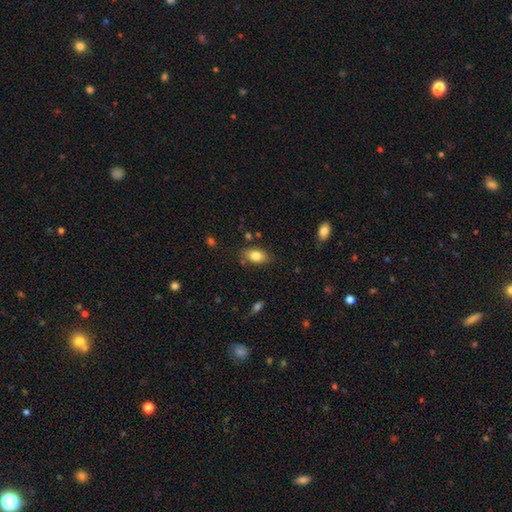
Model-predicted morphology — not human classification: smooth-or-featured: smooth: 82% | featured or disk: 10% | star or artifact: 8%
  how-rounded: in between: 90% | round: 7% | cigar-shaped: 3%
  merging: none: 79% | minor disturbance: 14% | merger: 4% | major disturbance: 3%